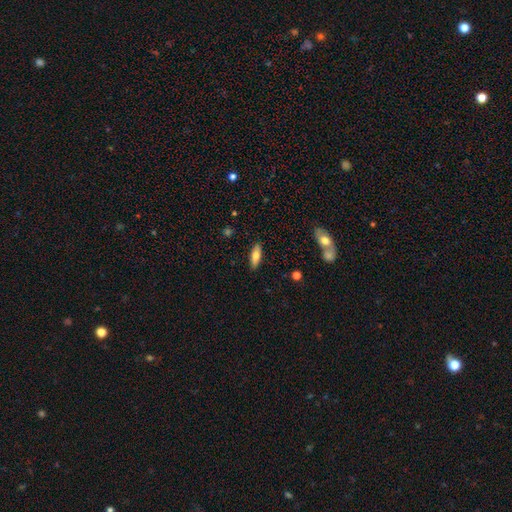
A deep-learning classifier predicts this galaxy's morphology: This is likely a smooth galaxy (69%). How rounded: likely in between (62%). Merging: clearly none (88%).